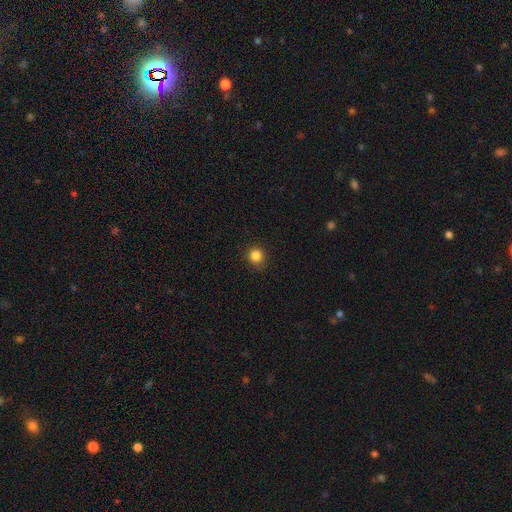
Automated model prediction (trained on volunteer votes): Smooth or featured?
  - smooth: 84% *
  - star or artifact: 12%
  - featured or disk: 4%
How rounded?
  - round: 90% *
  - in between: 9%
  - cigar-shaped: 1%
Merging?
  - none: 86% *
  - minor disturbance: 10%
  - major disturbance: 3%
  - merger: 1%